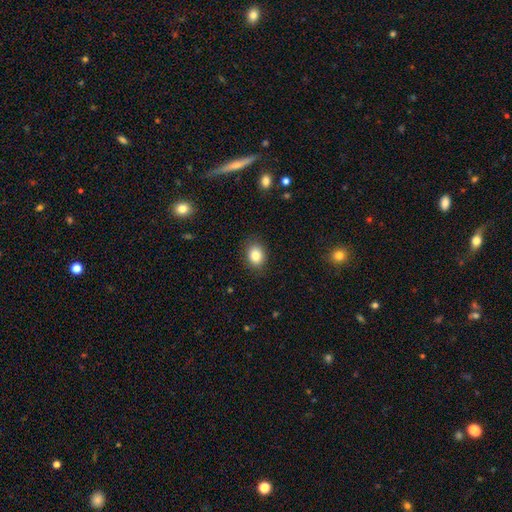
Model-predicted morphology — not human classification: Q: Smooth or featured?
A: smooth (83%); runner-up: star or artifact (10%)
Q: How rounded?
A: in between (55%); runner-up: round (44%)
Q: Merging?
A: none (86%); runner-up: minor disturbance (10%)